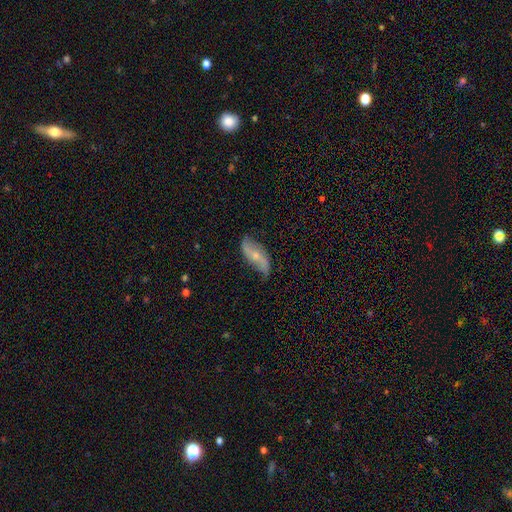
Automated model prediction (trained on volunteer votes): Smooth or featured?
  - featured or disk: 73% *
  - smooth: 21%
  - star or artifact: 7%
Edge-on disk?
  - no: 90% *
  - yes: 10%
Bar?
  - no: 52% *
  - weak: 30%
  - strong: 17%
Spiral arms?
  - yes: 90% *
  - no: 10%
Spiral winding?
  - loose: 81% *
  - medium: 13%
  - tight: 6%
Spiral arm count?
  - 2: 91% *
  - can't tell: 4%
  - 1: 2%
  - 3: 1%
  - 4: 1%
  - more than 4: 1%
Bulge size?
  - small: 62% *
  - moderate: 32%
  - none: 3%
  - large: 1%
  - dominant: 1%
Merging?
  - none: 69% *
  - minor disturbance: 24%
  - major disturbance: 6%
  - merger: 2%